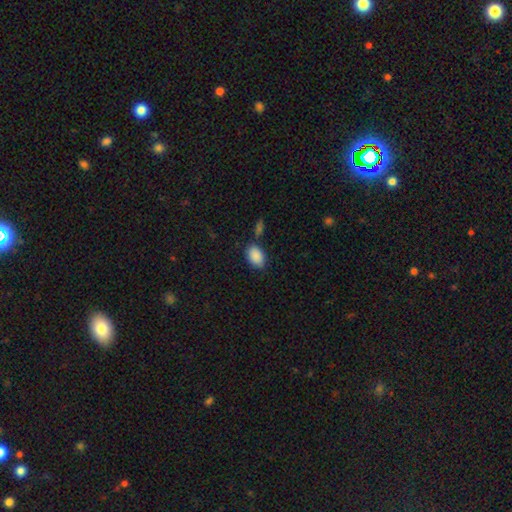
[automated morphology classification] This is clearly a smooth galaxy (90%). How rounded: clearly in between (88%). Merging: likely none (75%).